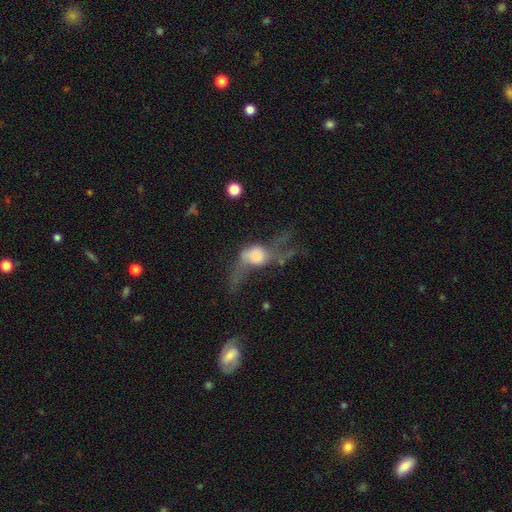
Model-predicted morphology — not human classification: Smooth or featured? featured or disk (52%)
Edge-on disk? no (81%)
Merging? major disturbance (54%)